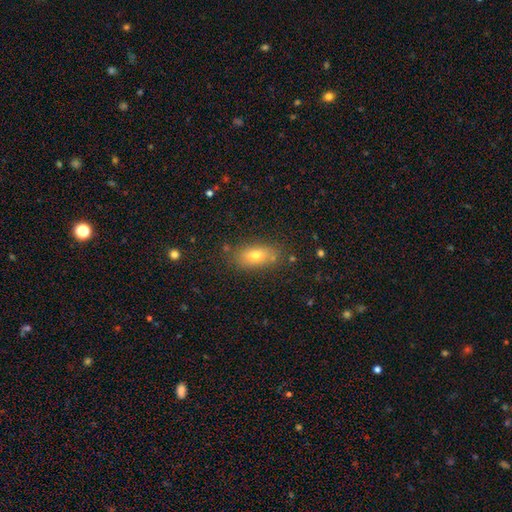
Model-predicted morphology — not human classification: Smooth or featured?
  - smooth: 72% *
  - featured or disk: 18%
  - star or artifact: 10%
How rounded?
  - in between: 82% *
  - cigar-shaped: 9%
  - round: 9%
Merging?
  - none: 79% *
  - minor disturbance: 13%
  - major disturbance: 4%
  - merger: 4%